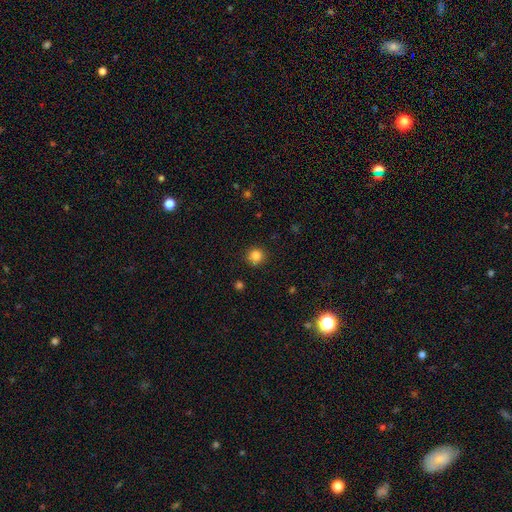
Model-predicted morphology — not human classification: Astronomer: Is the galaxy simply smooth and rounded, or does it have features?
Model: smooth — 84%.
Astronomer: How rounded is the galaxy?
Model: round — 93%.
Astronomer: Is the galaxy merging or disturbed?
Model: none — 86%.